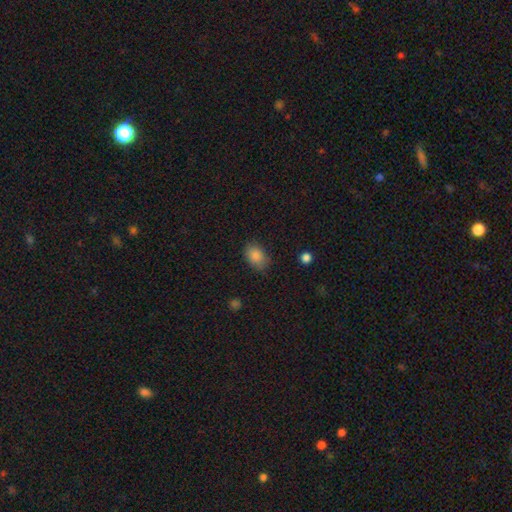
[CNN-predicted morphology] smooth 86%, star or artifact 9%, featured or disk 5%. Down the decision tree: how rounded — in between (77%); merging — none (77%).